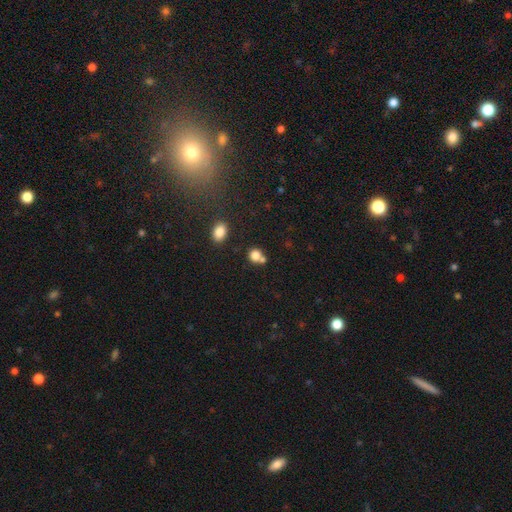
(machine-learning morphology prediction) Smooth or featured? smooth (80%)
How rounded? round (76%)
Merging? none (48%)